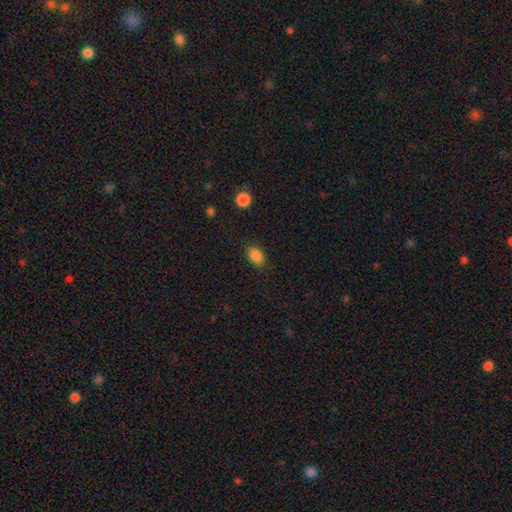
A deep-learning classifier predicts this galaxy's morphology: A smooth galaxy with no disk features (86%) that is in between round and cigar-shaped (78%).

Vote fractions:
- Smooth or featured? smooth: 86% / star or artifact: 10% / featured or disk: 4%
- How rounded? in between: 78% / round: 21% / cigar-shaped: 1%
- Merging? none: 83% / minor disturbance: 13% / major disturbance: 3% / merger: 1%